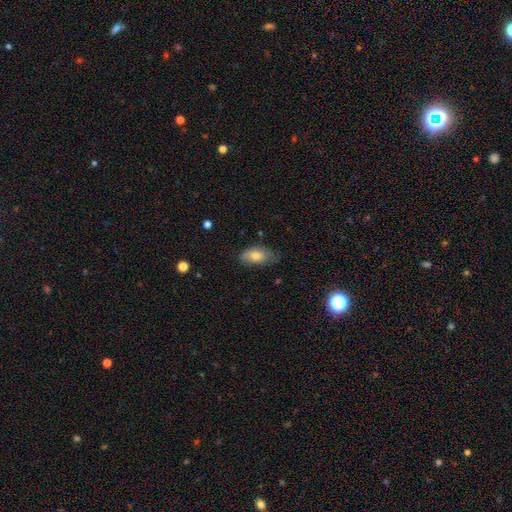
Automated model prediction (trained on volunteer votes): Smooth or featured: smooth — 70% (featured or disk — 22%)
How rounded: in between — 91% (round — 6%)
Merging: none — 57% (minor disturbance — 34%)